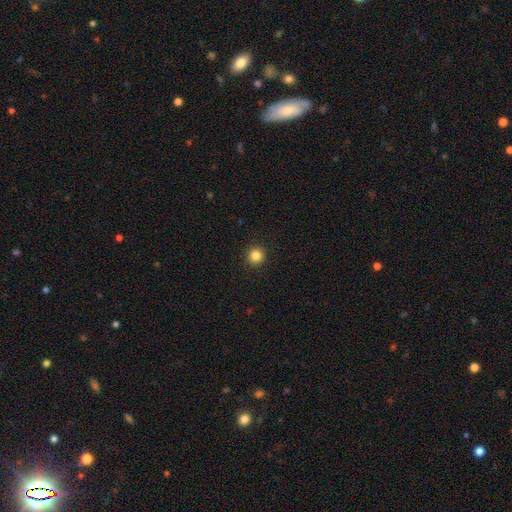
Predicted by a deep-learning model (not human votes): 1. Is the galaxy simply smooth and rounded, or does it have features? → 84% smooth, 12% star or artifact, 4% featured or disk.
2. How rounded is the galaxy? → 95% round, 4% in between, 1% cigar-shaped.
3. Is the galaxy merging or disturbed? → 93% none, 4% minor disturbance, 2% major disturbance, 1% merger.